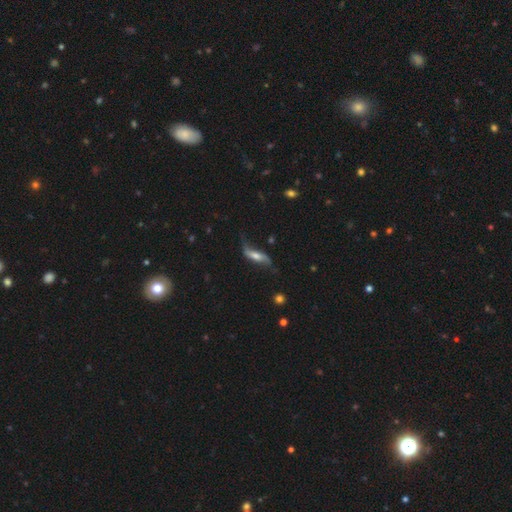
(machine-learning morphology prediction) Smooth or featured? Predicted: featured or disk (p=0.68). Edge-on disk? Predicted: no (p=0.74). Bar? Predicted: no (p=0.43). Spiral arms? Predicted: yes (p=0.89). Bulge size? Predicted: moderate (p=0.51). Merging? Predicted: none (p=0.55).